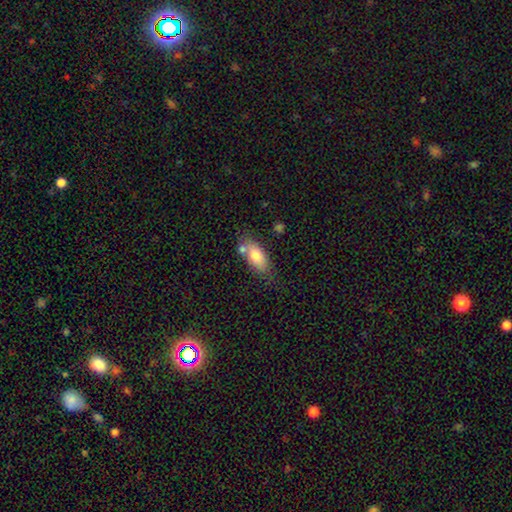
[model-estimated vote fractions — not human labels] Morphology: type=smooth (74%); roundness=in between (84%); merging=none (55%).